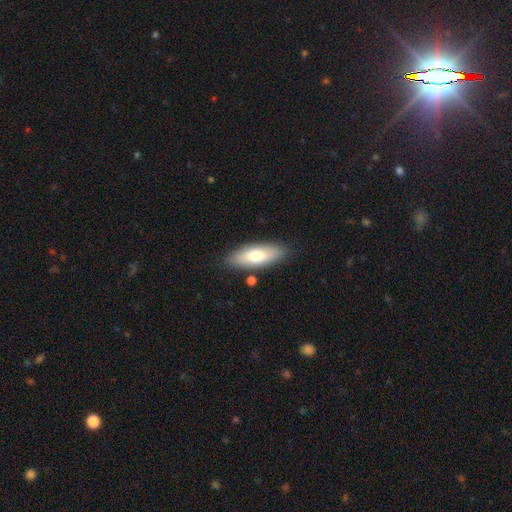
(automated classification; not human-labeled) Q: Smooth or featured?
A: smooth (70%); runner-up: featured or disk (24%)
Q: How rounded?
A: in between (64%); runner-up: cigar-shaped (34%)
Q: Merging?
A: none (84%); runner-up: minor disturbance (10%)